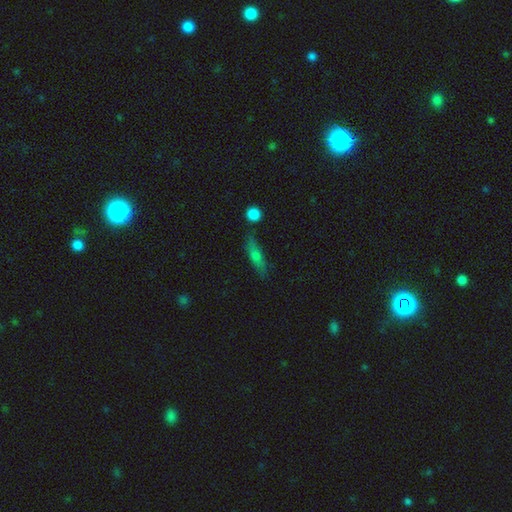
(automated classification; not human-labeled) smooth-or-featured: smooth: 54% | featured or disk: 35% | star or artifact: 10%
  how-rounded: cigar-shaped: 67% | in between: 28% | round: 4%
  merging: none: 75% | minor disturbance: 16% | merger: 5% | major disturbance: 5%